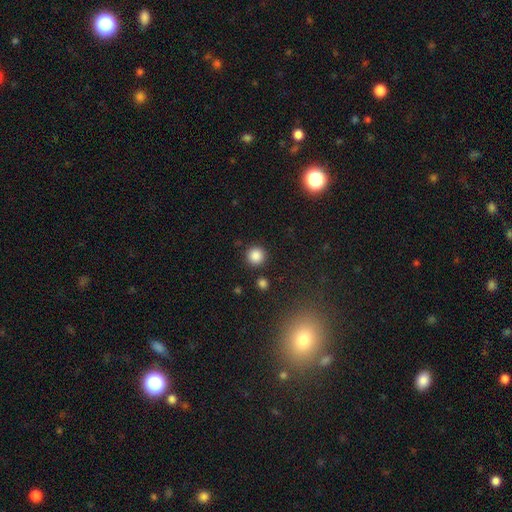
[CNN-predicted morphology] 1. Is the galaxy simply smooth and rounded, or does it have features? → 85% smooth, 11% star or artifact, 4% featured or disk.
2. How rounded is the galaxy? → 94% round, 5% in between, 1% cigar-shaped.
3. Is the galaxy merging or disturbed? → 88% none, 6% minor disturbance, 3% merger, 2% major disturbance.